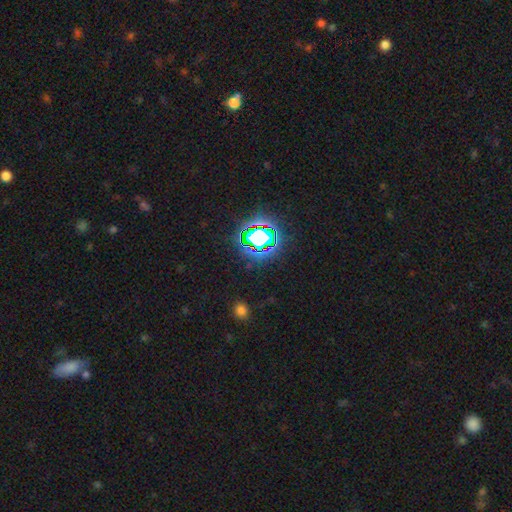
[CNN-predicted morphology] A star or artifact, not a galaxy (79%).

Vote fractions:
- Smooth or featured? star or artifact: 79% / smooth: 14% / featured or disk: 7%